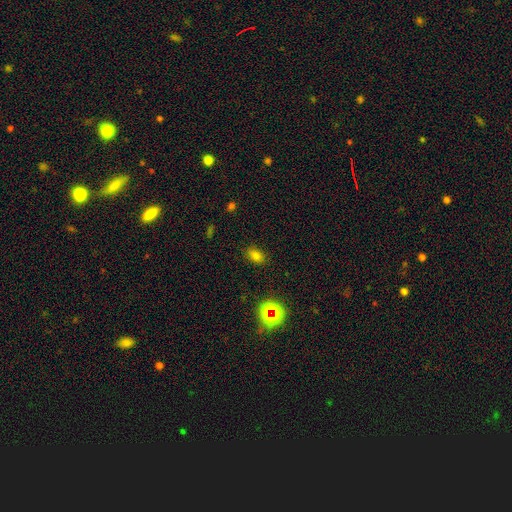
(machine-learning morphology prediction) smooth 73%, star or artifact 21%, featured or disk 7%. Down the decision tree: how rounded — in between (79%); merging — none (86%).